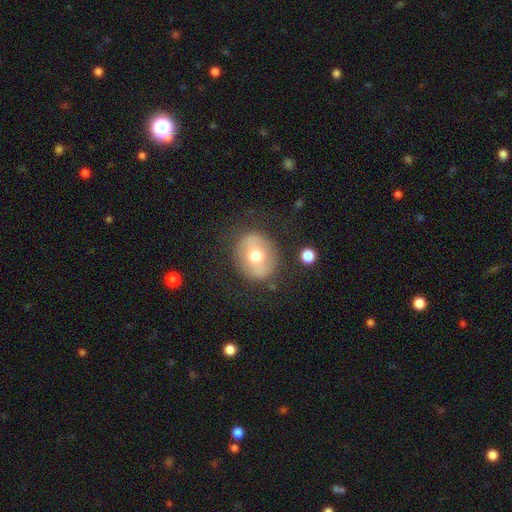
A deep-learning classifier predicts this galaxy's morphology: smooth-or-featured: smooth: 54% | featured or disk: 38% | star or artifact: 8%
  how-rounded: round: 73% | in between: 26% | cigar-shaped: 1%
  merging: none: 80% | minor disturbance: 12% | major disturbance: 6% | merger: 2%